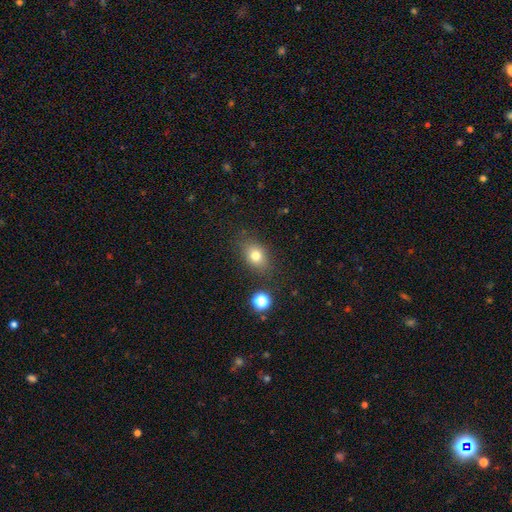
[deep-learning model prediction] smooth 77%, star or artifact 12%, featured or disk 11%. Down the decision tree: how rounded — in between (71%); merging — none (80%).